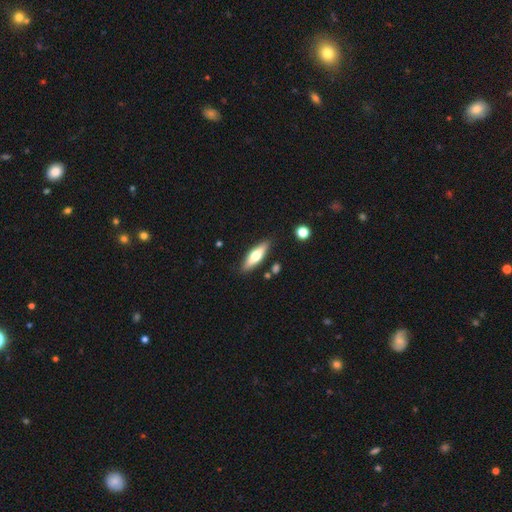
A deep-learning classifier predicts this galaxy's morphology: A smooth galaxy with no disk features (54%) that is cigar-shaped (56%).

Vote fractions:
- Smooth or featured? smooth: 54% / featured or disk: 40% / star or artifact: 6%
- How rounded? cigar-shaped: 56% / in between: 42% / round: 2%
- Merging? none: 85% / minor disturbance: 10% / merger: 3% / major disturbance: 2%